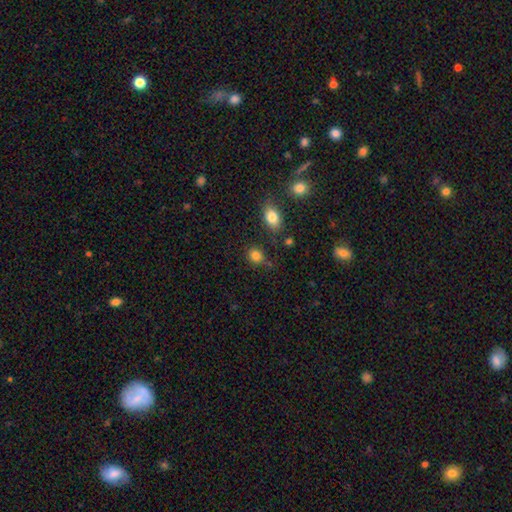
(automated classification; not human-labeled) A smooth galaxy with no disk features (84%) that is round (69%).

Vote fractions:
- Smooth or featured? smooth: 84% / star or artifact: 11% / featured or disk: 5%
- How rounded? round: 69% / in between: 30% / cigar-shaped: 1%
- Merging? none: 75% / minor disturbance: 15% / merger: 6% / major disturbance: 4%